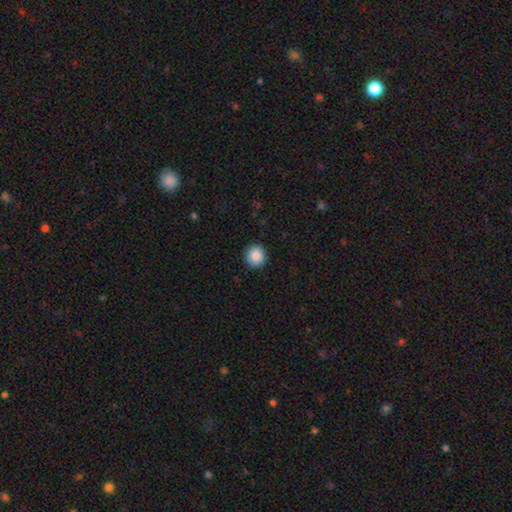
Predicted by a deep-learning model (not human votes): Morphology: type=smooth (88%); roundness=round (93%); merging=none (92%).